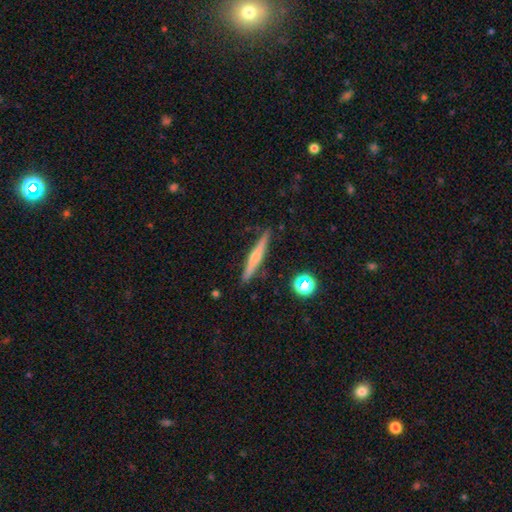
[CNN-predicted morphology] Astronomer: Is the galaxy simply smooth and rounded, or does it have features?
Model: featured or disk — 50% (runner-up: smooth, 42%).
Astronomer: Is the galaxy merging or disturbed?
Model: none — 88%.